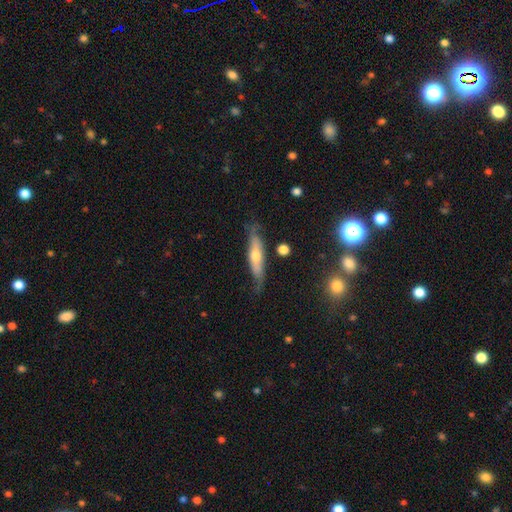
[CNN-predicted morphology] type=featured or disk (48%); merging=none (68%).